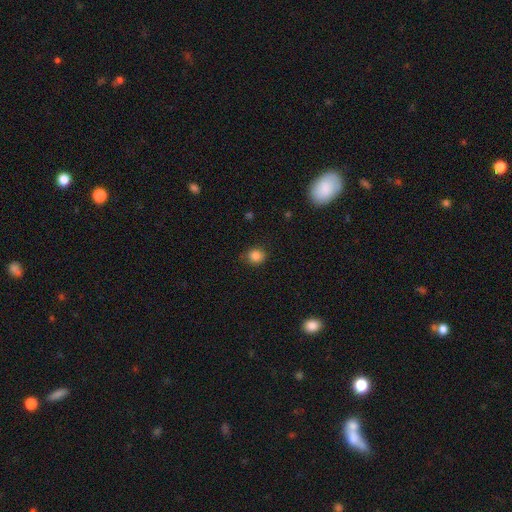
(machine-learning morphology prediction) This appears to be a smooth galaxy with no disk features (85%) that is round (76%). Merging: none (78%).